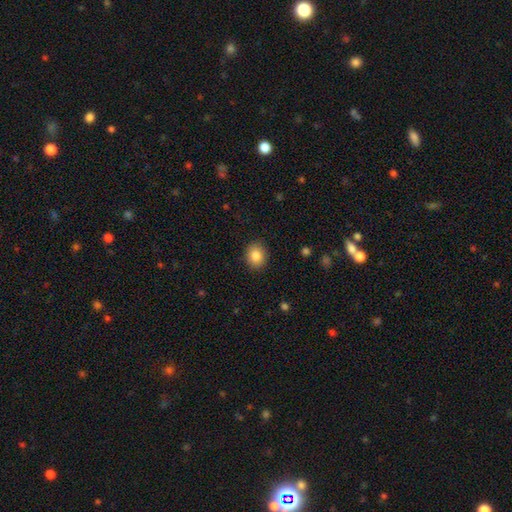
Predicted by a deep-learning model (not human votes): The model was most divided on "how rounded": round: 65%, in between: 34%, cigar-shaped: 1%. More confident: merging — none (89%); smooth or featured — smooth (85%).